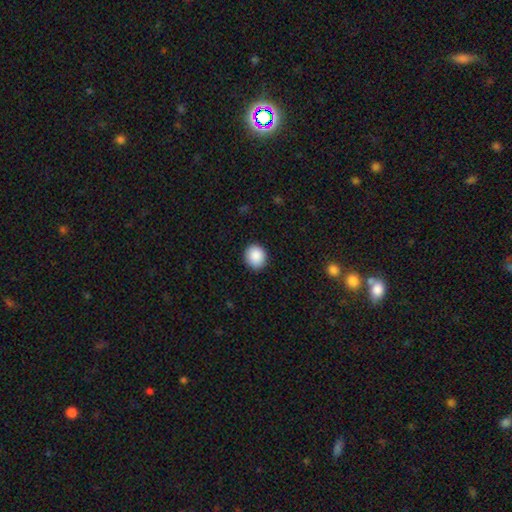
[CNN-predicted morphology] The model was most divided on "how rounded": round: 75%, in between: 24%, cigar-shaped: 1%. More confident: merging — none (90%); smooth or featured — smooth (89%).